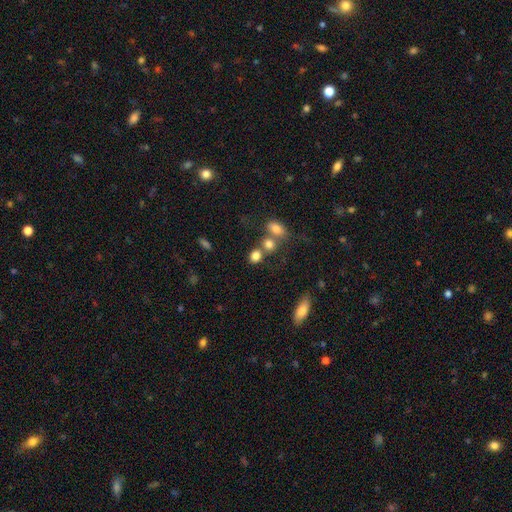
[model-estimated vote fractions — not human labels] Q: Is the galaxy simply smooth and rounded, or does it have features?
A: smooth — 80%.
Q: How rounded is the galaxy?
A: round — 59%.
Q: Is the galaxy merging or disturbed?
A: none — 50%.